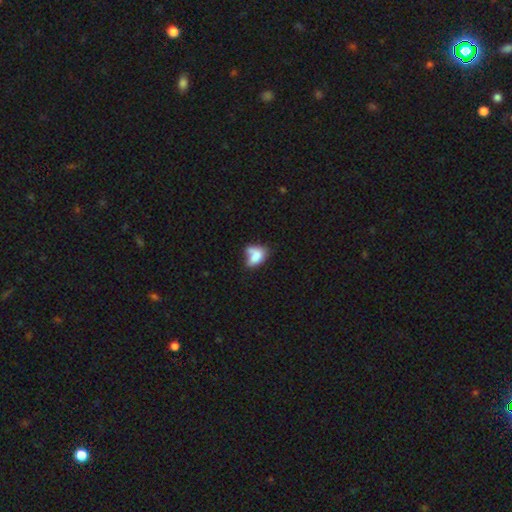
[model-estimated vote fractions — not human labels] Overall: smooth (72%). How rounded: in between (83%). Merging: merger (36%; none 27%).